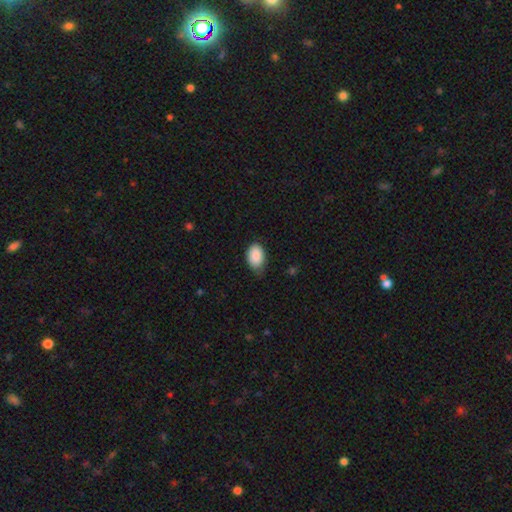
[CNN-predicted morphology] This appears to be a smooth galaxy with no disk features (89%) that is in between round and cigar-shaped (88%). Merging: none (62%).